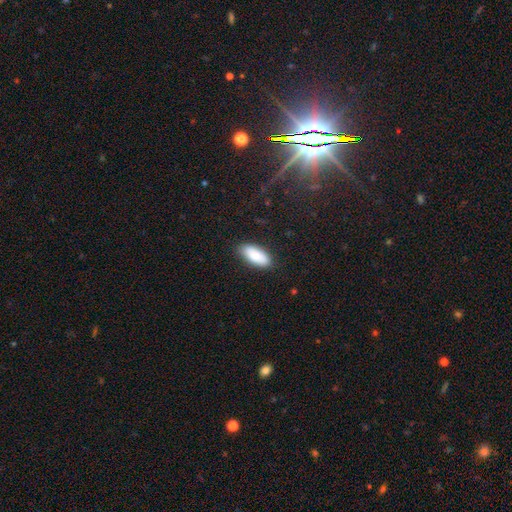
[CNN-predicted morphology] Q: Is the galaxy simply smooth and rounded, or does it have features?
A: smooth — 88%.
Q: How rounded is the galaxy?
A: in between — 85%.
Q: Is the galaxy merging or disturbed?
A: none — 85%.